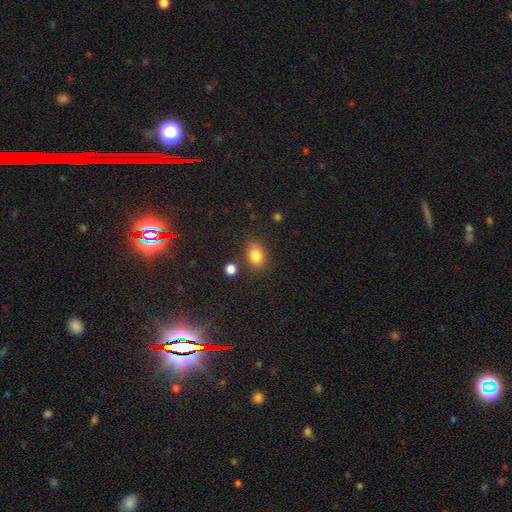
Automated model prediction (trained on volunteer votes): Morphology: type=smooth (84%); roundness=in between (73%); merging=none (77%).